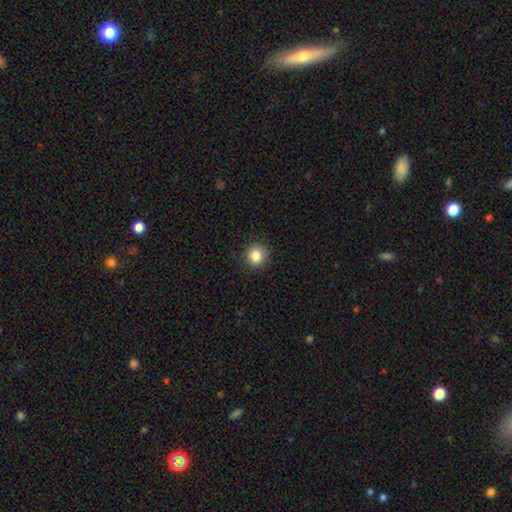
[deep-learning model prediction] Morphology: type=smooth (84%); roundness=round (93%); merging=none (91%).